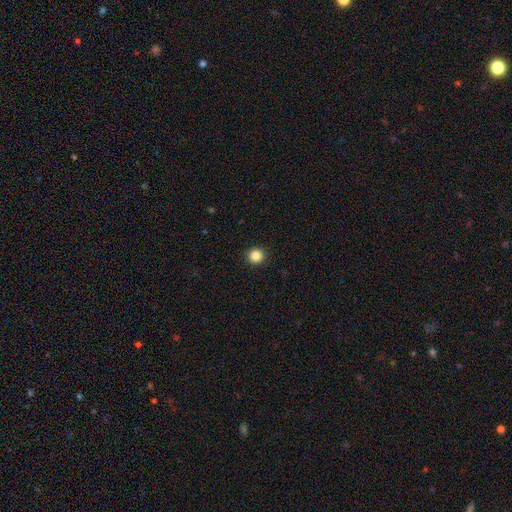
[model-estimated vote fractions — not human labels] smooth-or-featured: smooth: 85% | star or artifact: 11% | featured or disk: 4%
  how-rounded: round: 95% | in between: 4% | cigar-shaped: 1%
  merging: none: 93% | minor disturbance: 4% | major disturbance: 2% | merger: 1%